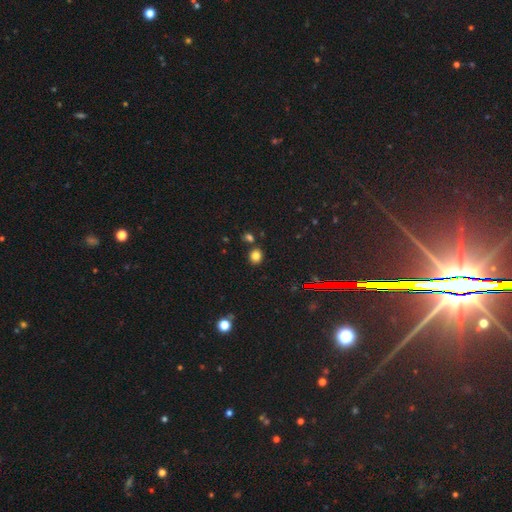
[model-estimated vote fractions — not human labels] smooth 79%, star or artifact 16%, featured or disk 6%. Down the decision tree: how rounded — round (66%); merging — none (76%).